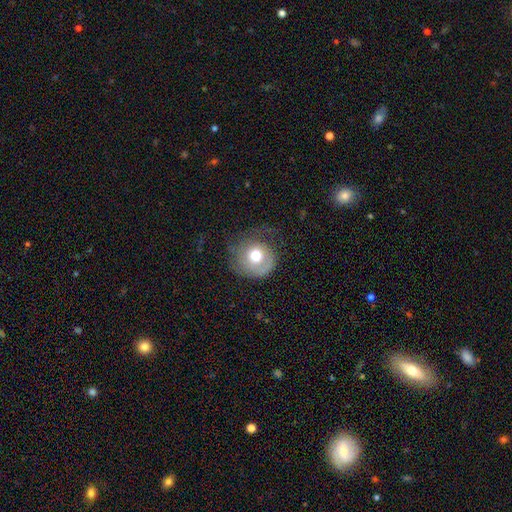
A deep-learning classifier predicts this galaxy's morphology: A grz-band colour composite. It shows a smooth galaxy with no disk features (57%) that is round (88%). Merging: none (55%).